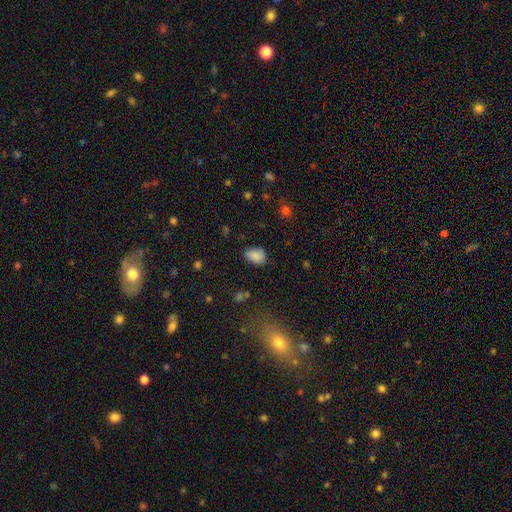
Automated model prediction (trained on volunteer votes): smooth 84%, star or artifact 9%, featured or disk 7%. Down the decision tree: how rounded — in between (81%); merging — none (66%).